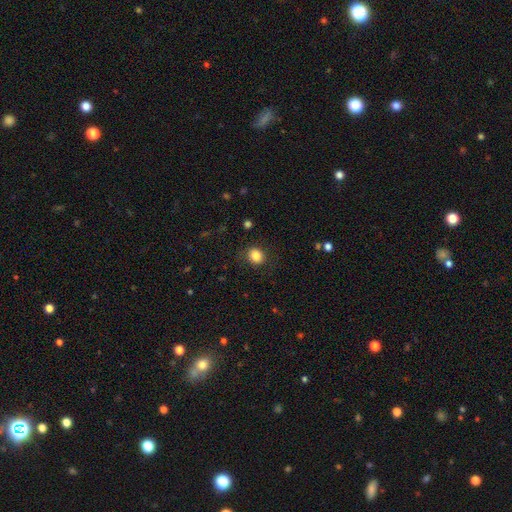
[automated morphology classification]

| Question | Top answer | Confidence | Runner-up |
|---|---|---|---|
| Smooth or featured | smooth | 84% | star or artifact (11%) |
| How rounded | round | 69% | in between (30%) |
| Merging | none | 86% | minor disturbance (10%) |